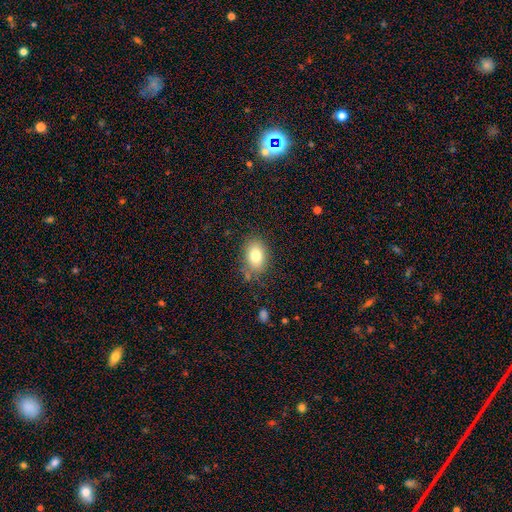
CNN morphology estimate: Q: Smooth or featured?
A: smooth (80%); runner-up: featured or disk (11%)
Q: How rounded?
A: in between (77%); runner-up: round (22%)
Q: Merging?
A: none (78%); runner-up: minor disturbance (15%)